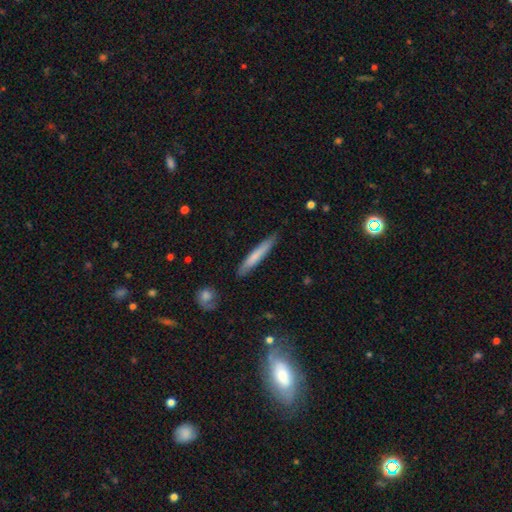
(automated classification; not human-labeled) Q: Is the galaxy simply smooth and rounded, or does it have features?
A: smooth — 72%.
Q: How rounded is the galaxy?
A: cigar-shaped — 95%.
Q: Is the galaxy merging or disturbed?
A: none — 86%.